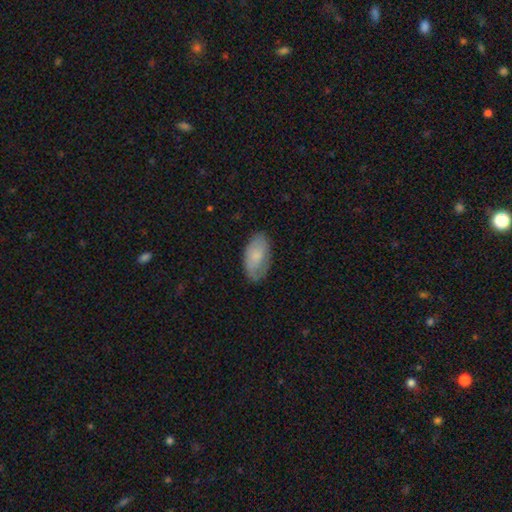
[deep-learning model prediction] Smooth or featured?
  - smooth: 72% *
  - featured or disk: 21%
  - star or artifact: 7%
How rounded?
  - in between: 94% *
  - round: 4%
  - cigar-shaped: 3%
Merging?
  - none: 73% *
  - minor disturbance: 21%
  - major disturbance: 5%
  - merger: 1%